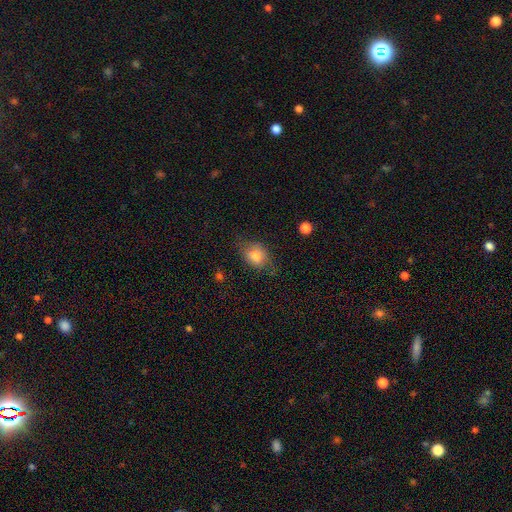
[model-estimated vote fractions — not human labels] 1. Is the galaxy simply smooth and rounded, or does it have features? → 74% smooth, 17% featured or disk, 9% star or artifact.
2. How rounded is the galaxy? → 68% in between, 31% round, 2% cigar-shaped.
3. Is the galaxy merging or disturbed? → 60% none, 28% minor disturbance, 10% major disturbance, 2% merger.